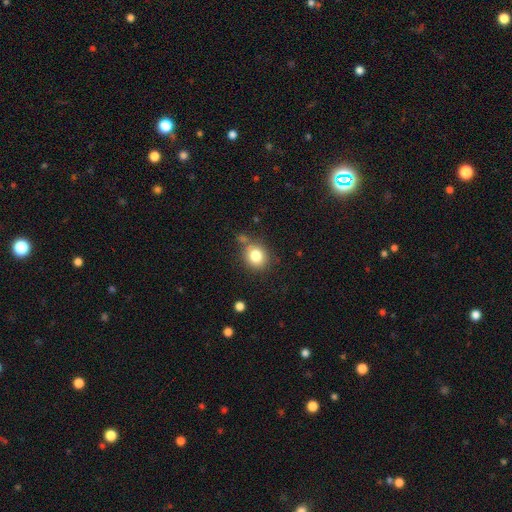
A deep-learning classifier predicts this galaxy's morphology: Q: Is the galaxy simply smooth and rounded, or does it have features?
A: smooth — 81%.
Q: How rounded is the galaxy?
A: round — 77%.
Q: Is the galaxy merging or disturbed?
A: none — 70%.